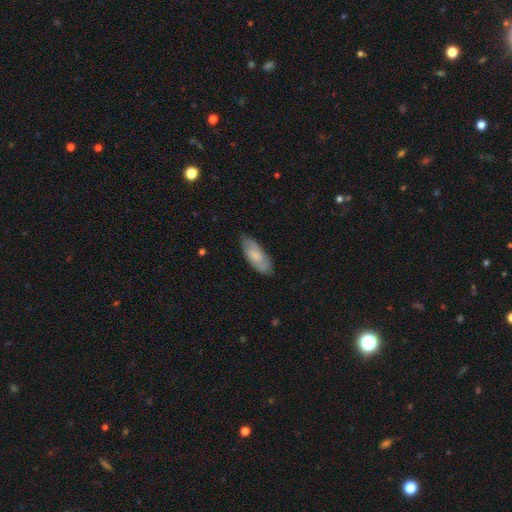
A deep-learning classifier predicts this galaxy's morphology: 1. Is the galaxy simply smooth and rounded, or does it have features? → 60% smooth, 34% featured or disk, 6% star or artifact.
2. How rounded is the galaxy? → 79% in between, 20% cigar-shaped, 2% round.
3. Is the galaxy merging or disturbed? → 76% none, 19% minor disturbance, 3% major disturbance, 1% merger.